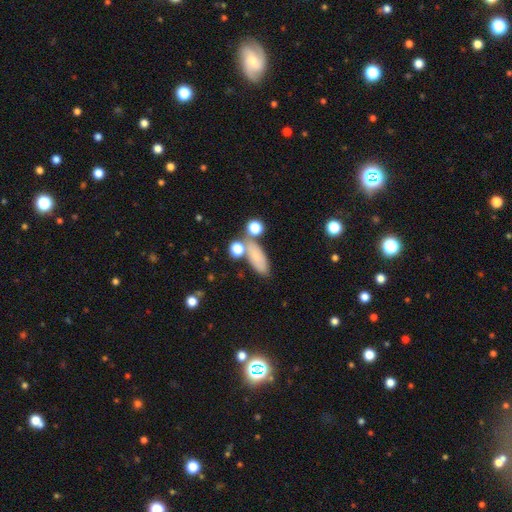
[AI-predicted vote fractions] A smooth galaxy with no disk features (77%) that is in between round and cigar-shaped (65%).

Vote fractions:
- Smooth or featured? smooth: 77% / featured or disk: 12% / star or artifact: 11%
- How rounded? in between: 65% / cigar-shaped: 28% / round: 7%
- Merging? none: 62% / merger: 16% / minor disturbance: 16% / major disturbance: 6%